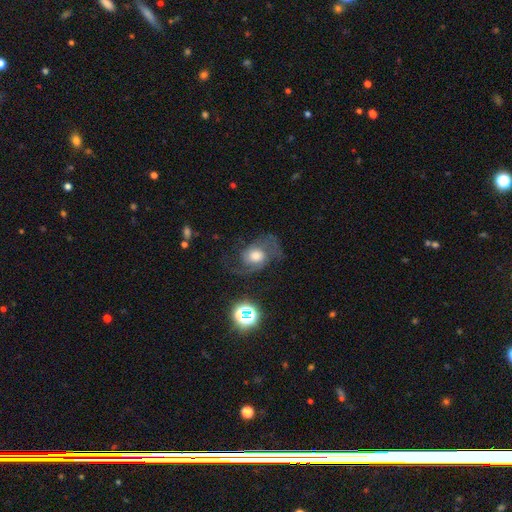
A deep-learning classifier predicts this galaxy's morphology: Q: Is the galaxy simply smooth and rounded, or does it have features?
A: featured or disk — 73%.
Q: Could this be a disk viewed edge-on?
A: no — 97%.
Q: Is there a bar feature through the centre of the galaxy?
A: no — 70%.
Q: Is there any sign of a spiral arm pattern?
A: yes — 93%.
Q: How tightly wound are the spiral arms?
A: medium — 47%.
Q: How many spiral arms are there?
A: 2 — 82%.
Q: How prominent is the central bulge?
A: moderate — 44%.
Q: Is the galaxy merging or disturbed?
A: none — 55%.